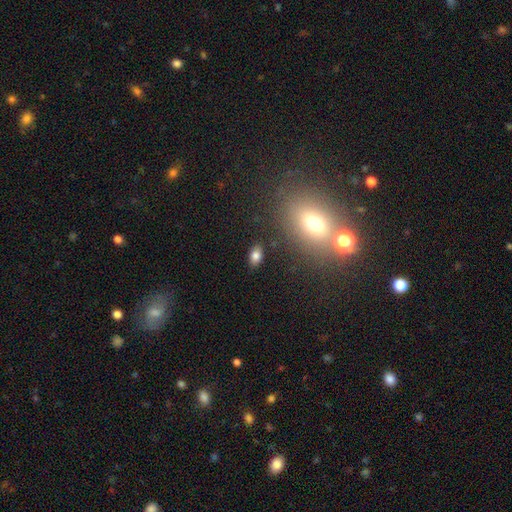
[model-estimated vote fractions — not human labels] smooth-or-featured: smooth: 79% | star or artifact: 11% | featured or disk: 10%
  how-rounded: in between: 88% | round: 10% | cigar-shaped: 3%
  merging: none: 85% | minor disturbance: 10% | major disturbance: 3% | merger: 3%